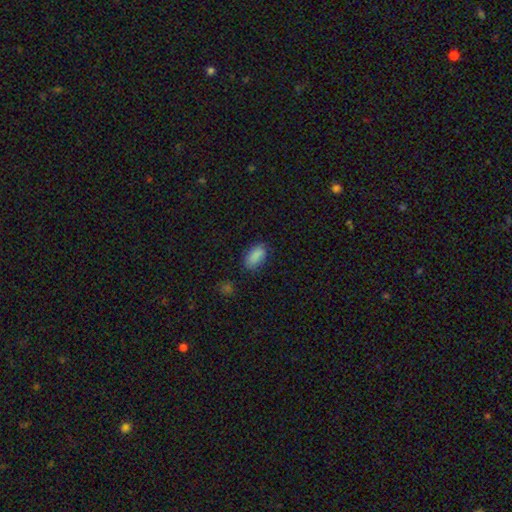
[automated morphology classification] Smooth or featured?
  - smooth: 87% *
  - star or artifact: 9%
  - featured or disk: 4%
How rounded?
  - in between: 92% *
  - round: 4%
  - cigar-shaped: 4%
Merging?
  - none: 78% *
  - minor disturbance: 16%
  - major disturbance: 4%
  - merger: 2%